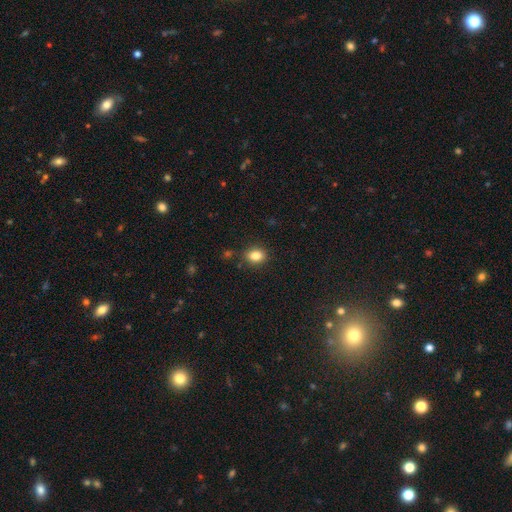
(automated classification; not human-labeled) smooth_or_featured: smooth (p=0.83) [alt: star or artifact p=0.10]
how_rounded: in between (p=0.55) [alt: round p=0.44]
merging: none (p=0.84) [alt: minor disturbance p=0.10]